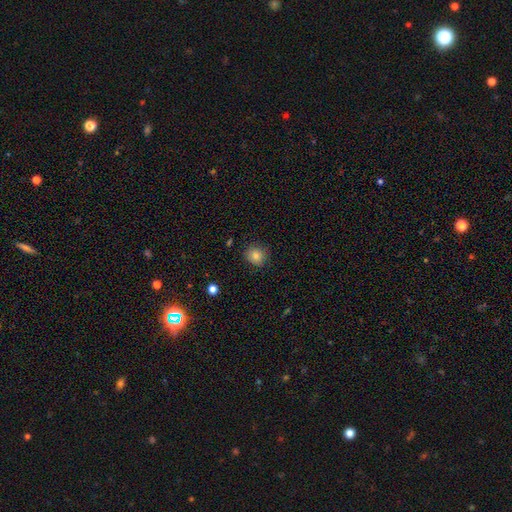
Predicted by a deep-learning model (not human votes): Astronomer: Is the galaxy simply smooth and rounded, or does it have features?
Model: smooth — 80%.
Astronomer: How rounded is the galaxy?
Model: round — 86%.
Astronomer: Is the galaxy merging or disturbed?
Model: none — 84%.